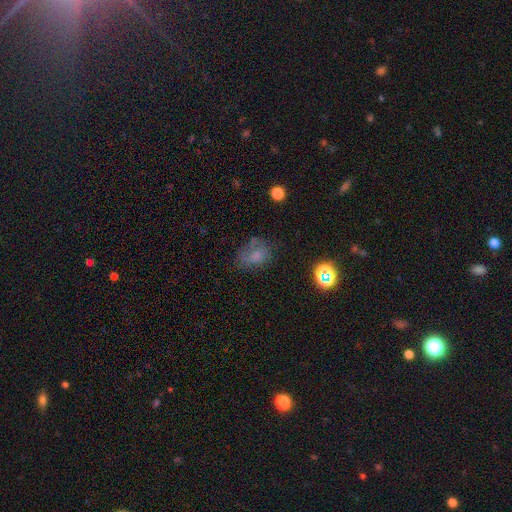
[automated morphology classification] smooth-or-featured: smooth: 62% | featured or disk: 20% | star or artifact: 18%
  how-rounded: in between: 64% | round: 34% | cigar-shaped: 1%
  merging: none: 47% | minor disturbance: 27% | major disturbance: 21% | merger: 5%